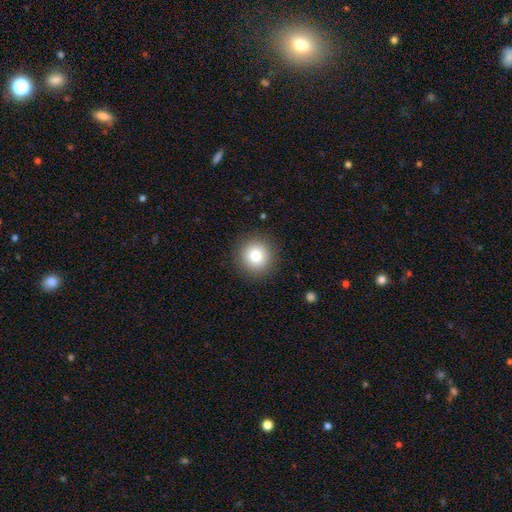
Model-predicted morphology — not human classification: Smooth or featured: smooth — 80% (star or artifact — 10%)
How rounded: round — 94% (in between — 5%)
Merging: none — 90% (minor disturbance — 6%)